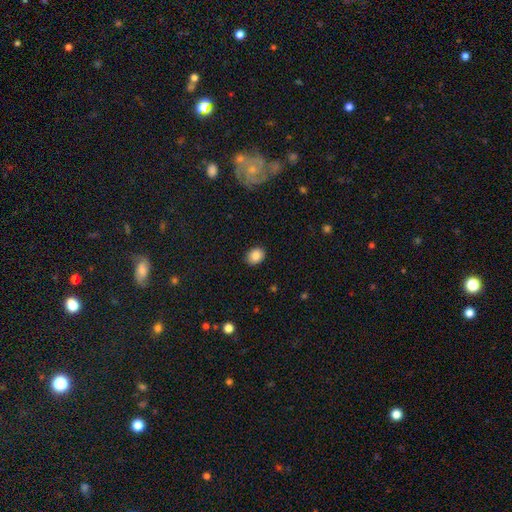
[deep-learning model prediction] Smooth or featured: smooth — 85% (star or artifact — 9%)
How rounded: in between — 56% (round — 43%)
Merging: none — 89% (minor disturbance — 8%)